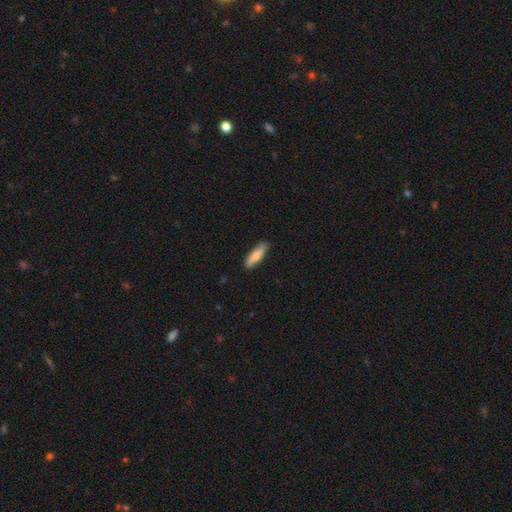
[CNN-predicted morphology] smooth_or_featured: smooth (p=0.76) [alt: featured or disk p=0.18]
how_rounded: cigar-shaped (p=0.66) [alt: in between p=0.32]
merging: none (p=0.86) [alt: minor disturbance p=0.11]